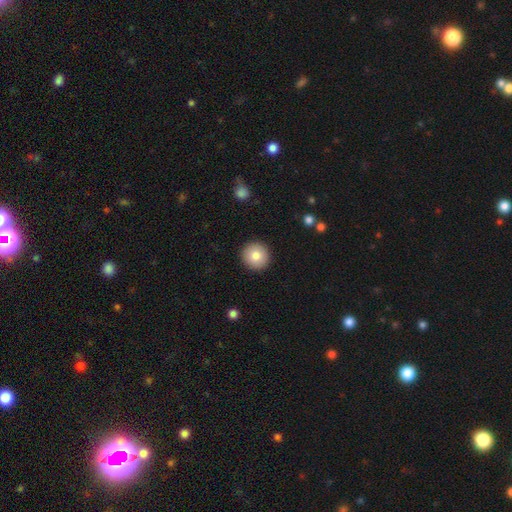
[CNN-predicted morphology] This appears to be a smooth galaxy with no disk features (83%) that is round (95%). Merging: none (92%).